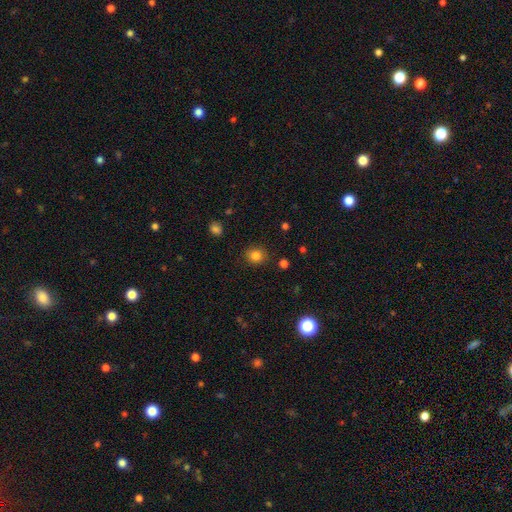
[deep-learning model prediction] smooth 83%, star or artifact 12%, featured or disk 5%. Down the decision tree: how rounded — round (79%); merging — none (87%).